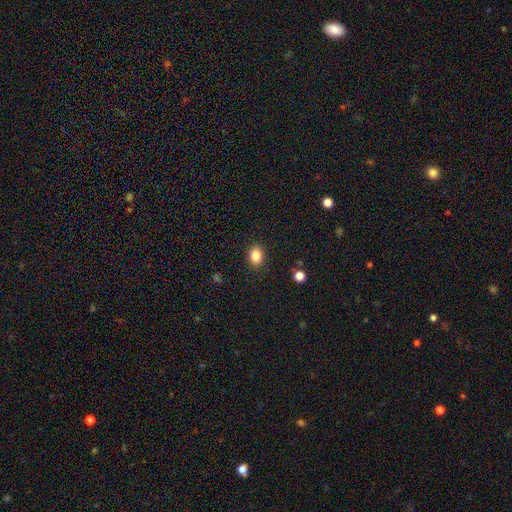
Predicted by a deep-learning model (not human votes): The model was most divided on "how rounded": in between: 68%, round: 31%, cigar-shaped: 1%. More confident: merging — none (89%); smooth or featured — smooth (84%).